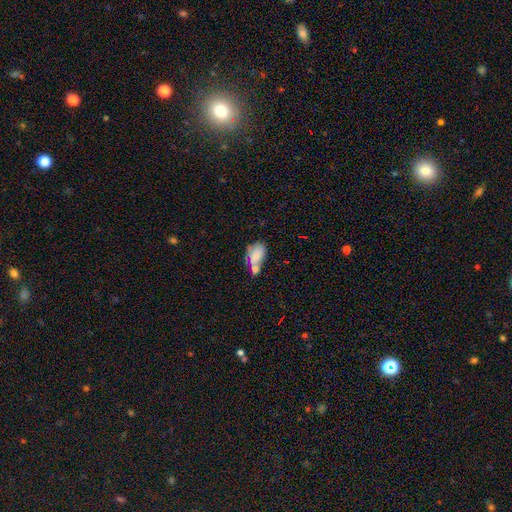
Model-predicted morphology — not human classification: smooth 72%, featured or disk 19%, star or artifact 9%. Down the decision tree: how rounded — in between (89%); merging — merger (47%).